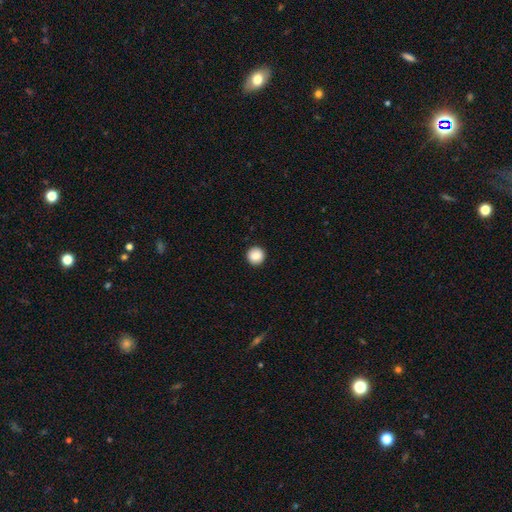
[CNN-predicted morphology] Smooth or featured? smooth (87%)
How rounded? round (96%)
Merging? none (93%)